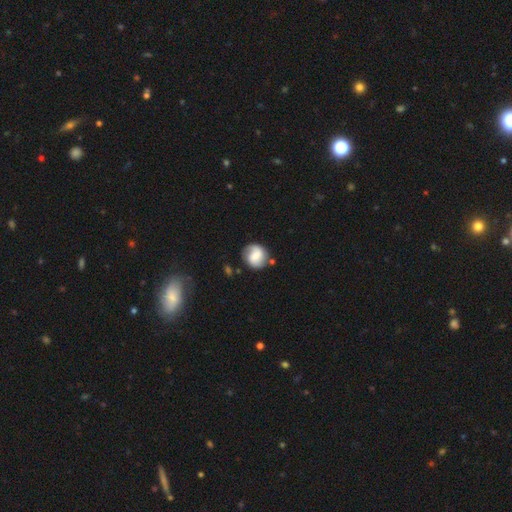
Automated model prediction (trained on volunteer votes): This is possibly a featured or disk galaxy (49%). Merging: likely none (73%).